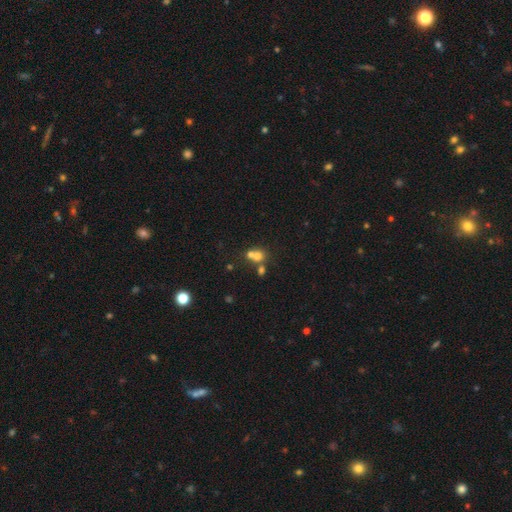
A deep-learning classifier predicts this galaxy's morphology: smooth 67%, star or artifact 17%, featured or disk 16%. Down the decision tree: how rounded — round (74%); merging — merger (55%).